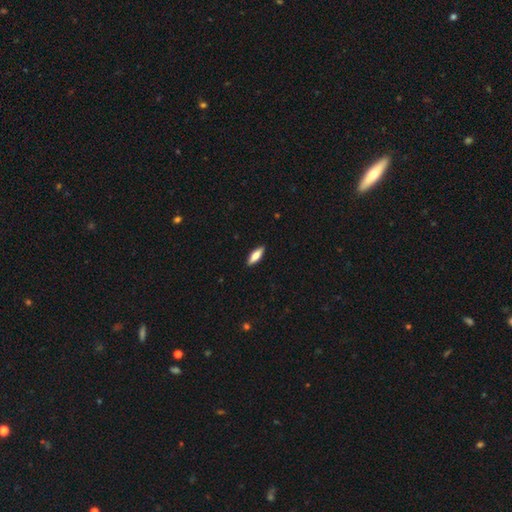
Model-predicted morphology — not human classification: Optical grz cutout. It shows a smooth galaxy with no disk features (70%) that is in between round and cigar-shaped (54%). Merging: none (90%).